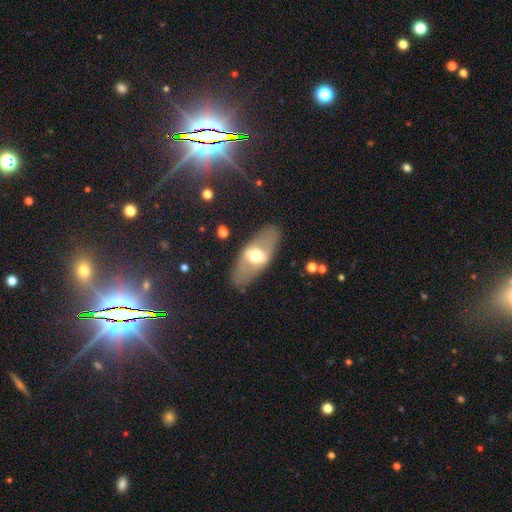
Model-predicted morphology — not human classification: The model was most divided on "smooth or featured": featured or disk: 52%, smooth: 42%, star or artifact: 6%. More confident: merging — none (81%); edge-on disk — no (71%).